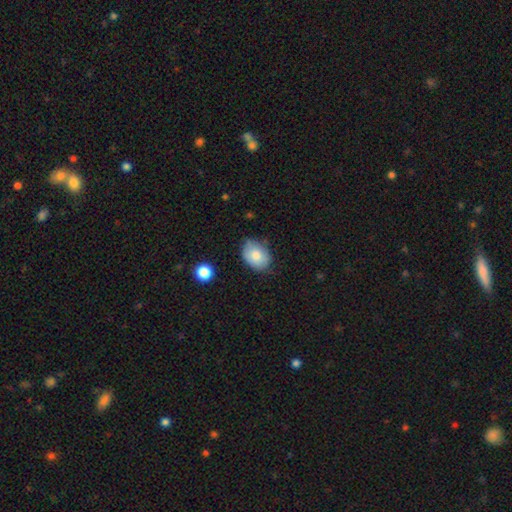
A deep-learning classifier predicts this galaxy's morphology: Smooth or featured?
  - smooth: 79% *
  - featured or disk: 14%
  - star or artifact: 7%
How rounded?
  - in between: 75% *
  - round: 24%
  - cigar-shaped: 1%
Merging?
  - none: 67% *
  - minor disturbance: 26%
  - major disturbance: 5%
  - merger: 2%